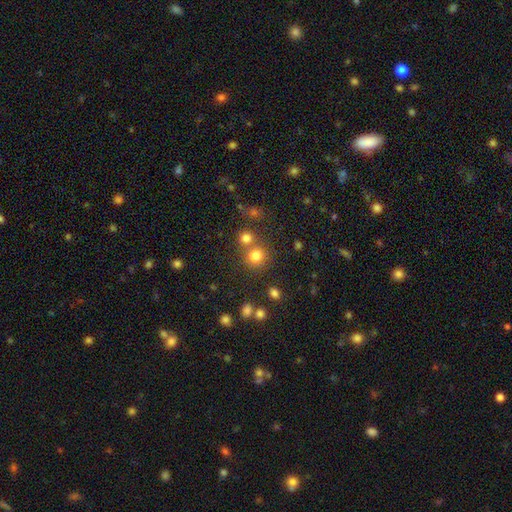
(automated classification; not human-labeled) Q: Smooth or featured?
A: smooth (77%); runner-up: star or artifact (16%)
Q: How rounded?
A: round (88%); runner-up: in between (11%)
Q: Merging?
A: none (63%); runner-up: merger (25%)